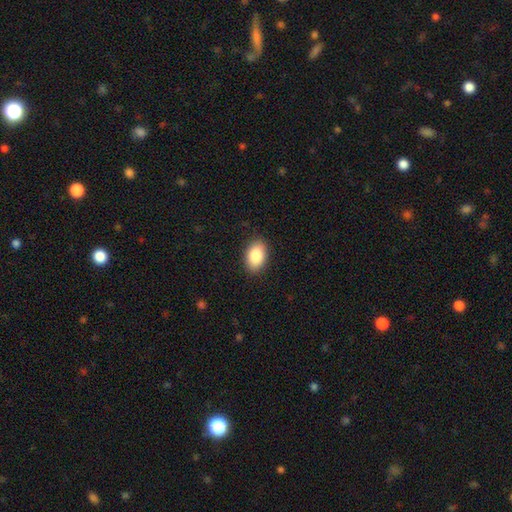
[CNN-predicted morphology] Smooth or featured? smooth (87%)
How rounded? in between (89%)
Merging? none (88%)